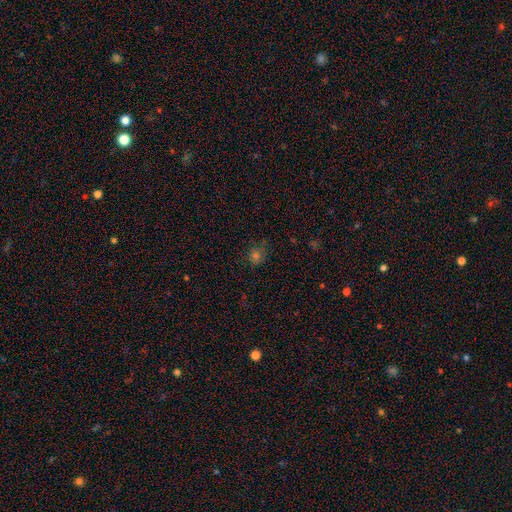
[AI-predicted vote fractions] A smooth galaxy with no disk features (63%) that is round (77%). Merging: none (75%).